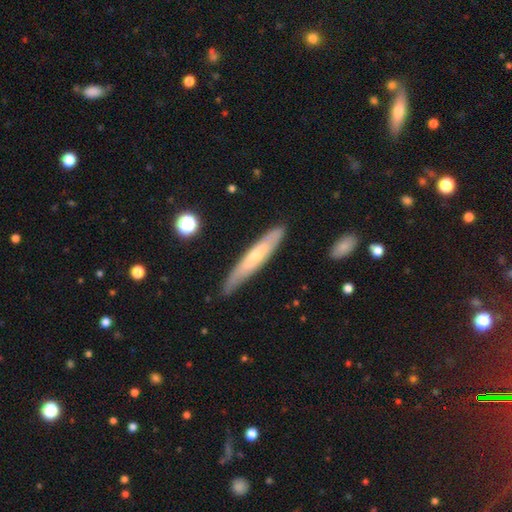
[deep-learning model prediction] Overall: featured or disk (48%; smooth 47%). Merging: none (82%).